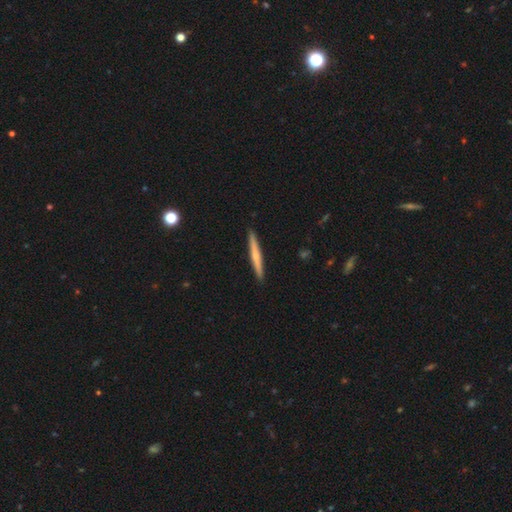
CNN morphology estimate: A smooth galaxy with no disk features (52%) that is cigar-shaped (96%). Merging: none (92%).